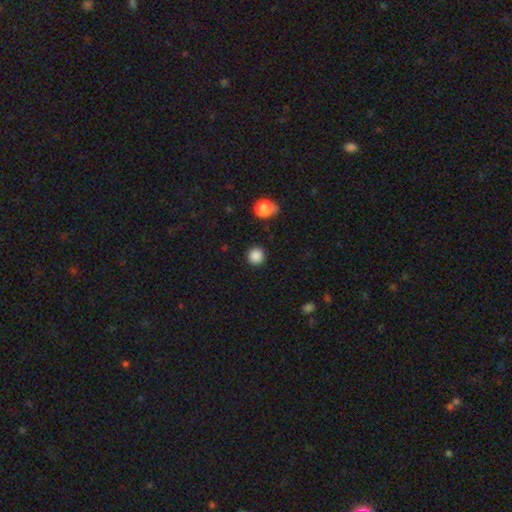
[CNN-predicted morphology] Smooth or featured? smooth (87%)
How rounded? round (93%)
Merging? none (90%)